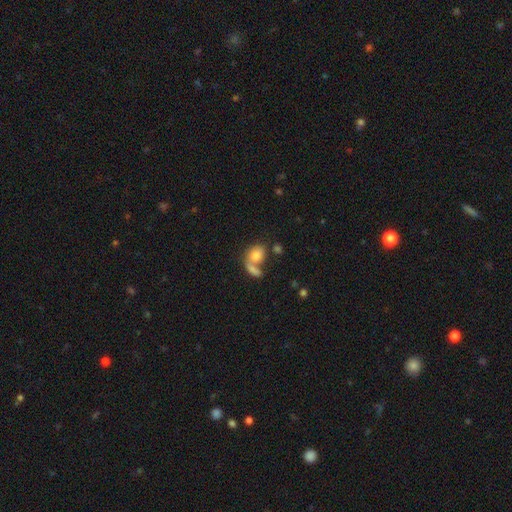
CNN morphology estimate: A smooth galaxy with no disk features (78%) that is in between round and cigar-shaped (59%).

Vote fractions:
- Smooth or featured? smooth: 78% / featured or disk: 14% / star or artifact: 8%
- How rounded? in between: 59% / round: 39% / cigar-shaped: 2%
- Merging? merger: 51% / none: 31% / minor disturbance: 9% / major disturbance: 8%